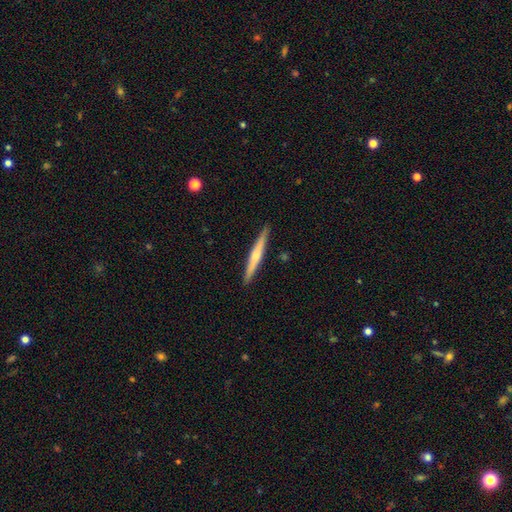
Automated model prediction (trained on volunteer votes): Smooth or featured? Predicted: featured or disk (p=0.54). Edge-on disk? Predicted: yes (p=0.98). Edge-on bulge? Predicted: rounded (p=0.65). Merging? Predicted: none (p=0.92).